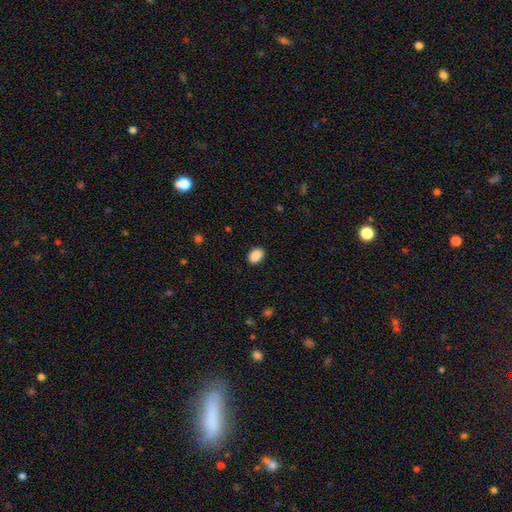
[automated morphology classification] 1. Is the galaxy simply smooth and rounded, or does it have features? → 90% smooth, 8% star or artifact, 3% featured or disk.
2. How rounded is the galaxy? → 85% in between, 14% round, 1% cigar-shaped.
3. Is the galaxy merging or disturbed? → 88% none, 8% minor disturbance, 2% major disturbance, 1% merger.